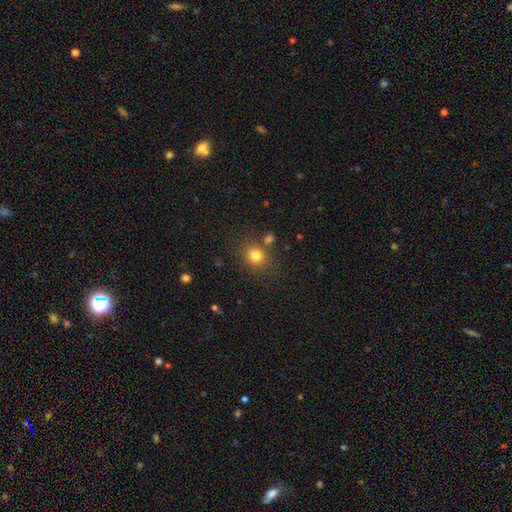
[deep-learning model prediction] Smooth or featured?
  - smooth: 79% *
  - star or artifact: 14%
  - featured or disk: 7%
How rounded?
  - round: 81% *
  - in between: 18%
  - cigar-shaped: 1%
Merging?
  - none: 76% *
  - merger: 10%
  - minor disturbance: 10%
  - major disturbance: 4%